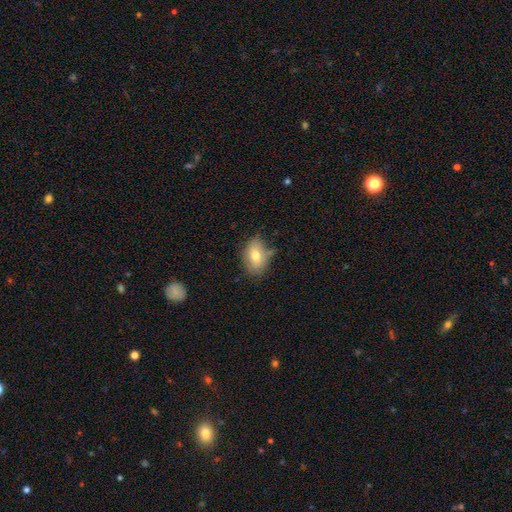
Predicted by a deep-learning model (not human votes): Smooth or featured? smooth (75%)
How rounded? in between (86%)
Merging? none (66%)